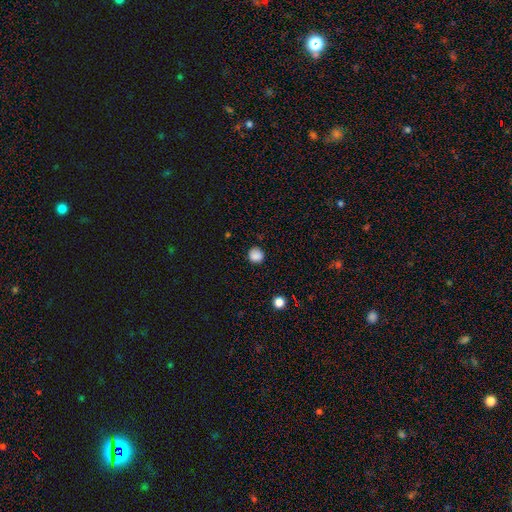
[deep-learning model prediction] smooth-or-featured: smooth: 86% | star or artifact: 11% | featured or disk: 3%
  how-rounded: round: 89% | in between: 10% | cigar-shaped: 1%
  merging: none: 87% | minor disturbance: 9% | major disturbance: 2% | merger: 1%